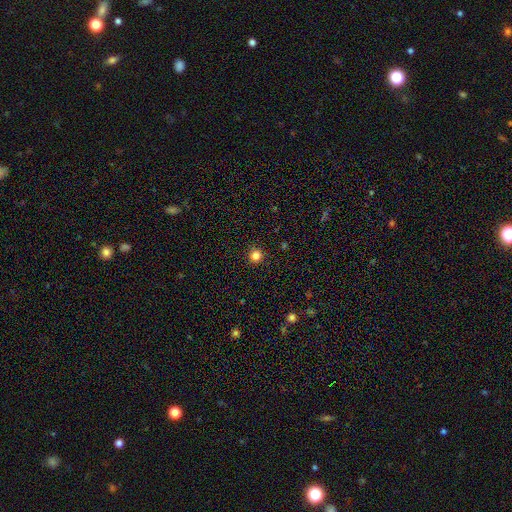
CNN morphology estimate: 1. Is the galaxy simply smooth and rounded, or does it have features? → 83% smooth, 13% star or artifact, 4% featured or disk.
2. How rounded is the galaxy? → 95% round, 4% in between, 1% cigar-shaped.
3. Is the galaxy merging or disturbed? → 92% none, 5% minor disturbance, 2% major disturbance, 1% merger.